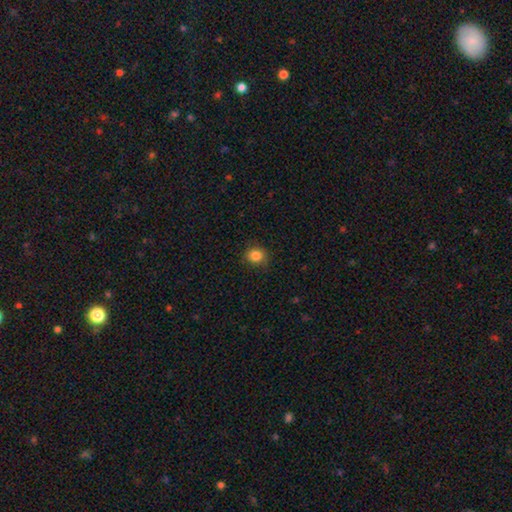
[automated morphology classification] Smooth or featured?
  - smooth: 84% *
  - star or artifact: 11%
  - featured or disk: 5%
How rounded?
  - round: 80% *
  - in between: 20%
  - cigar-shaped: 1%
Merging?
  - none: 82% *
  - minor disturbance: 14%
  - major disturbance: 3%
  - merger: 1%